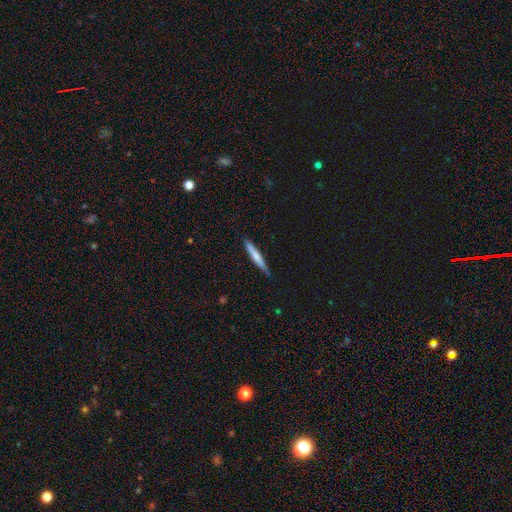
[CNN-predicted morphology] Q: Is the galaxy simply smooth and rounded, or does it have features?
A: smooth — 60%.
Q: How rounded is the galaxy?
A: cigar-shaped — 95%.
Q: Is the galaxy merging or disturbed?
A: none — 86%.